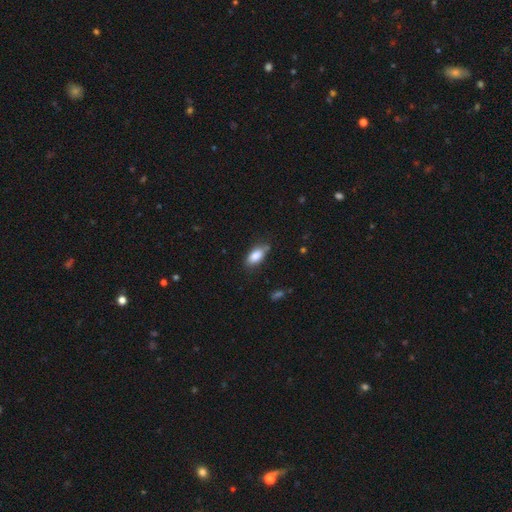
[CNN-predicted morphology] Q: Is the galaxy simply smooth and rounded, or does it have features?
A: smooth — 84%.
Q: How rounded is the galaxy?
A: in between — 87%.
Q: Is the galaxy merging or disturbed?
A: none — 73%.